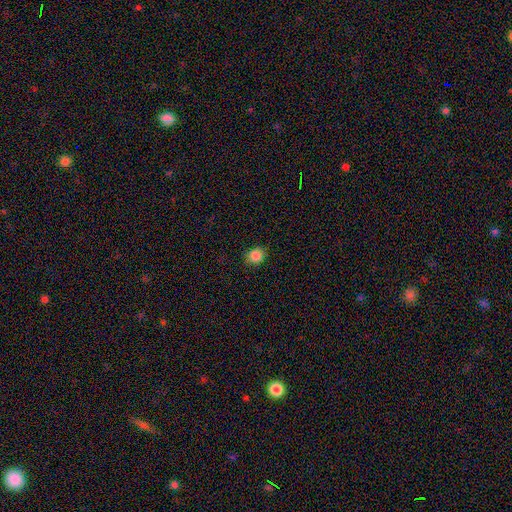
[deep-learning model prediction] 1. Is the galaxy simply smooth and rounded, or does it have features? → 86% smooth, 10% star or artifact, 4% featured or disk.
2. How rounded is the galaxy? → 80% round, 19% in between, 1% cigar-shaped.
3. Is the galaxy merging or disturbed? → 87% none, 9% minor disturbance, 2% major disturbance, 1% merger.